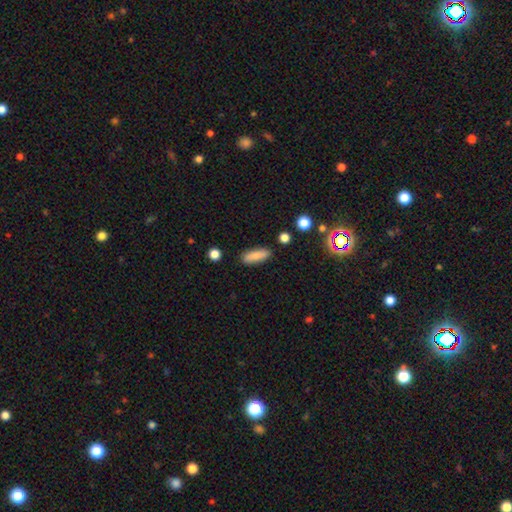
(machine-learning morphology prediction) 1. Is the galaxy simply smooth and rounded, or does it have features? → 82% smooth, 11% featured or disk, 8% star or artifact.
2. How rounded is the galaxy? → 53% in between, 44% cigar-shaped, 3% round.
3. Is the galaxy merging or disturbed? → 85% none, 10% minor disturbance, 2% merger, 2% major disturbance.